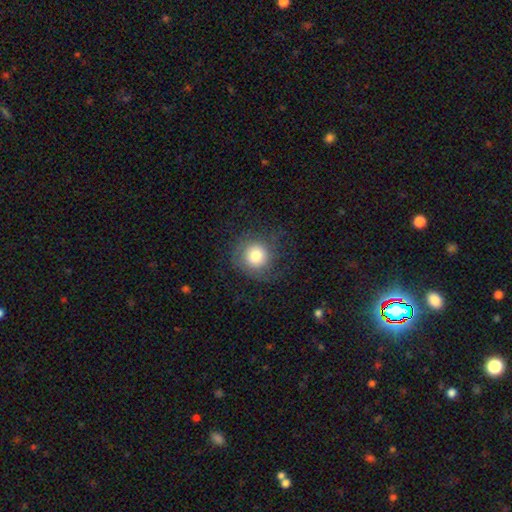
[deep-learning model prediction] Smooth or featured? Predicted: smooth (p=0.71). How rounded? Predicted: round (p=0.91). Merging? Predicted: none (p=0.67).